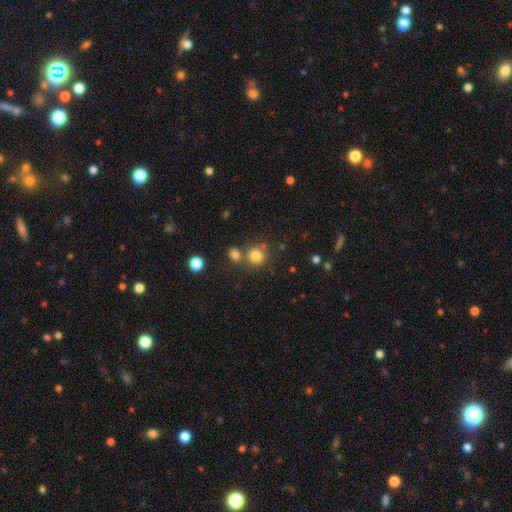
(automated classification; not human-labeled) This appears to be a smooth galaxy with no disk features (80%) that is round (88%). Merging: none (66%).